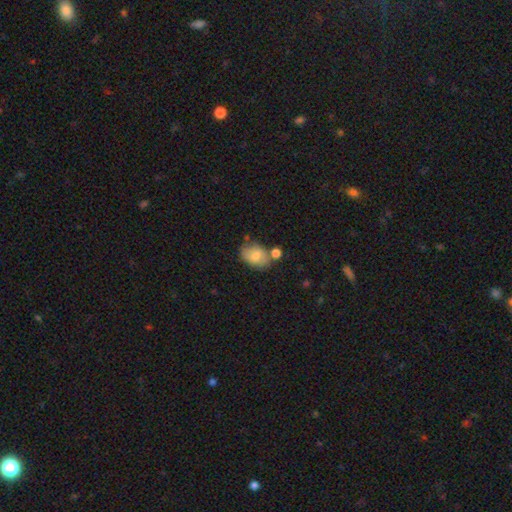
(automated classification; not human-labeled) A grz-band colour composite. It shows a smooth galaxy with no disk features (73%) that is in between round and cigar-shaped (79%). Merging: none (56%).